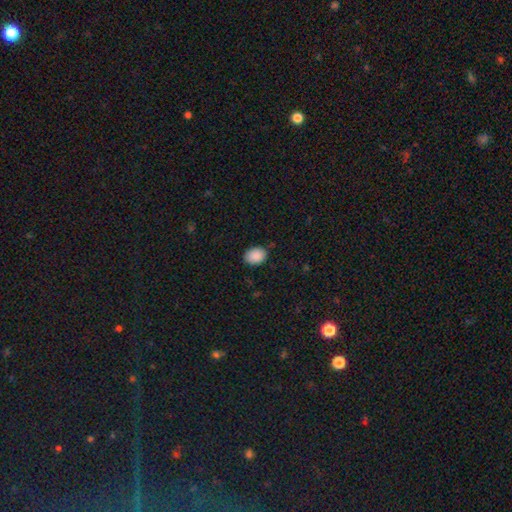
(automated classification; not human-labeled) smooth-or-featured: smooth: 89% | star or artifact: 7% | featured or disk: 3%
  how-rounded: in between: 65% | round: 34% | cigar-shaped: 1%
  merging: none: 83% | minor disturbance: 13% | major disturbance: 3% | merger: 1%